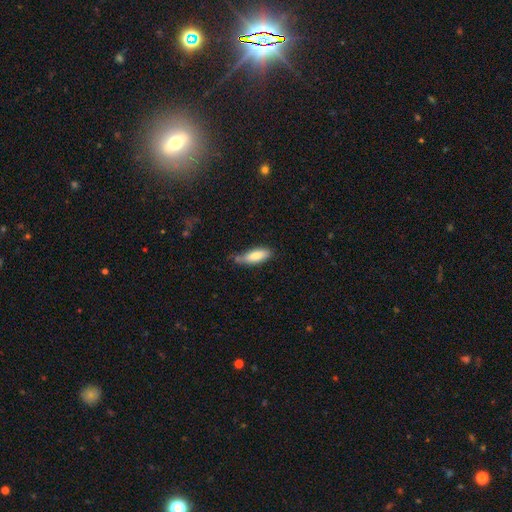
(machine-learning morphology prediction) Smooth or featured: smooth — 83% (featured or disk — 11%)
How rounded: in between — 62% (cigar-shaped — 36%)
Merging: none — 59% (minor disturbance — 31%)